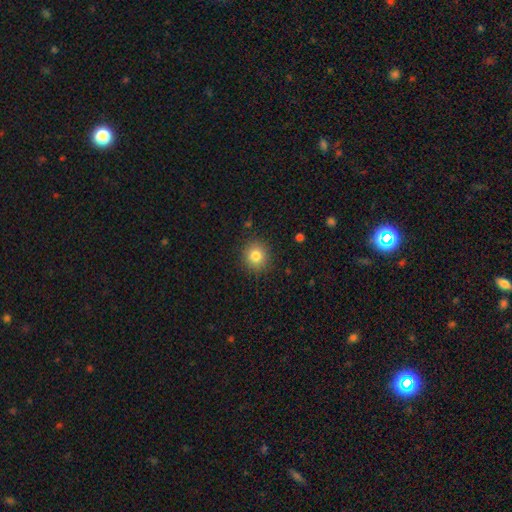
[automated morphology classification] Smooth or featured? Predicted: smooth (p=0.82). How rounded? Predicted: round (p=0.88). Merging? Predicted: none (p=0.89).